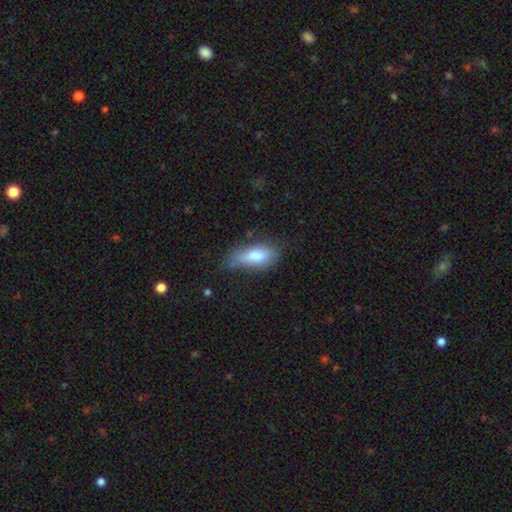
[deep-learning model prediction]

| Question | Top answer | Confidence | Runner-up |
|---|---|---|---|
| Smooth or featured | smooth | 79% | featured or disk (14%) |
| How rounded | in between | 78% | cigar-shaped (19%) |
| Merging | none | 47% | minor disturbance (36%) |